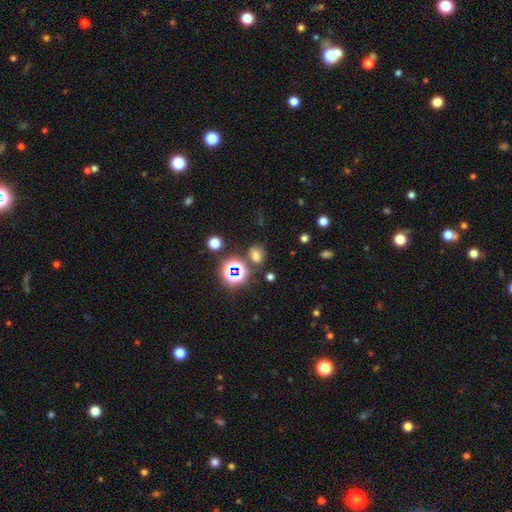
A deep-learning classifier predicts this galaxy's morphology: smooth-or-featured: smooth: 61% | star or artifact: 31% | featured or disk: 9%
  how-rounded: in between: 55% | round: 44% | cigar-shaped: 1%
  merging: none: 72% | minor disturbance: 14% | merger: 9% | major disturbance: 5%